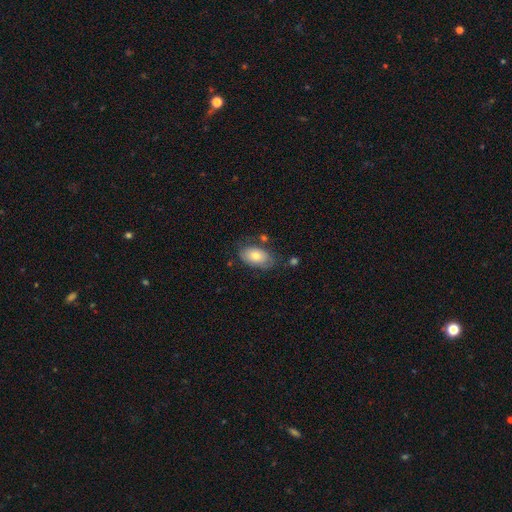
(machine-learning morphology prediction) A smooth galaxy with no disk features (76%) that is in between round and cigar-shaped (93%).

Vote fractions:
- Smooth or featured? smooth: 76% / featured or disk: 17% / star or artifact: 7%
- How rounded? in between: 93% / round: 6% / cigar-shaped: 2%
- Merging? none: 67% / minor disturbance: 21% / major disturbance: 7% / merger: 5%